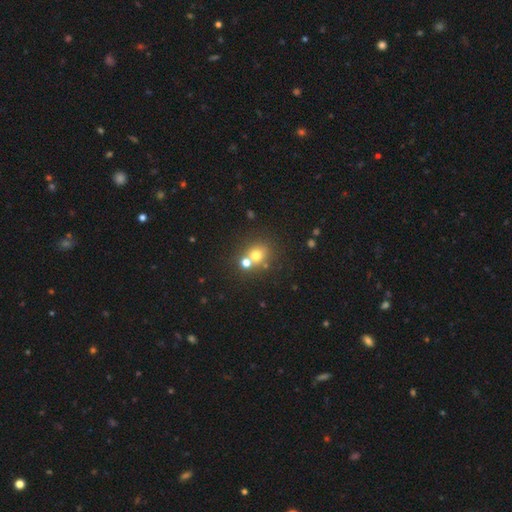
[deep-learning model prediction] Smooth or featured: smooth — 68% (star or artifact — 17%)
How rounded: round — 79% (in between — 20%)
Merging: none — 52% (merger — 36%)